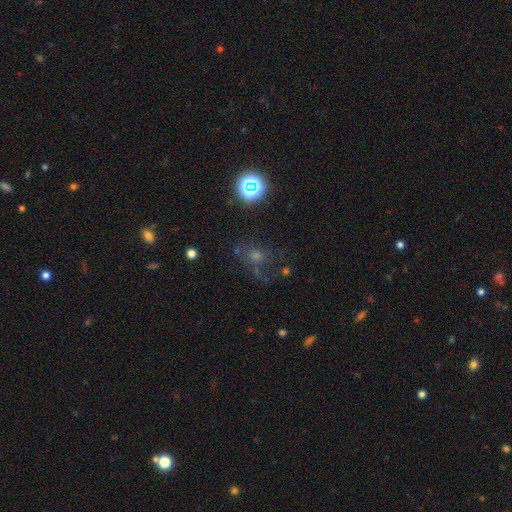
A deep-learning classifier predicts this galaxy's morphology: This is marginally a star or artifact rather than a galaxy (40%).